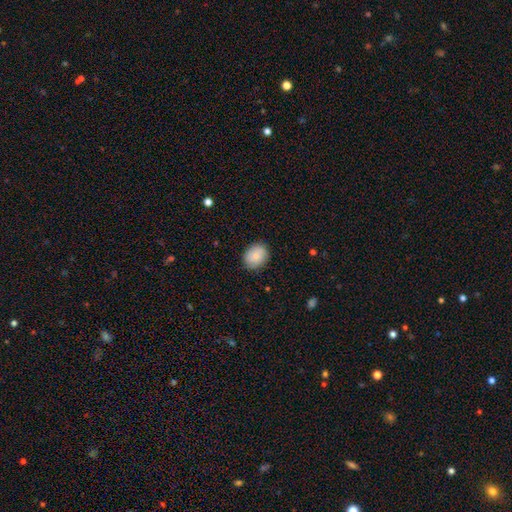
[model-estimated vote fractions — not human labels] This is clearly a smooth galaxy (83%). How rounded: possibly in between (56%). Merging: clearly none (82%).